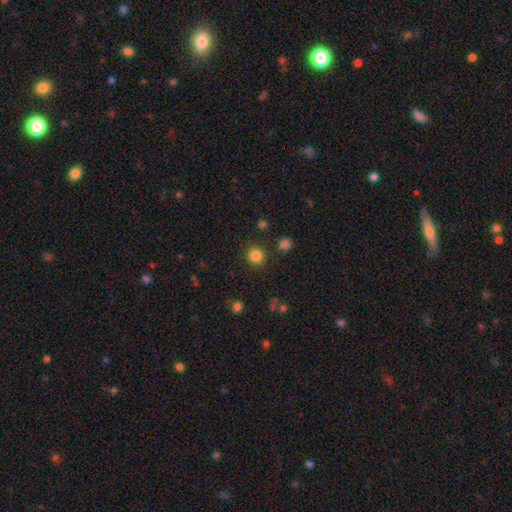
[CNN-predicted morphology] type=smooth (84%); roundness=round (90%); merging=none (88%).